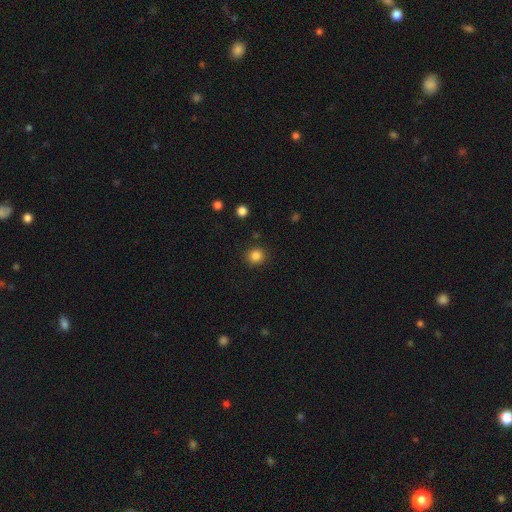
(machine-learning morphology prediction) This appears to be a smooth galaxy with no disk features (85%) that is round (89%). Merging: none (89%).